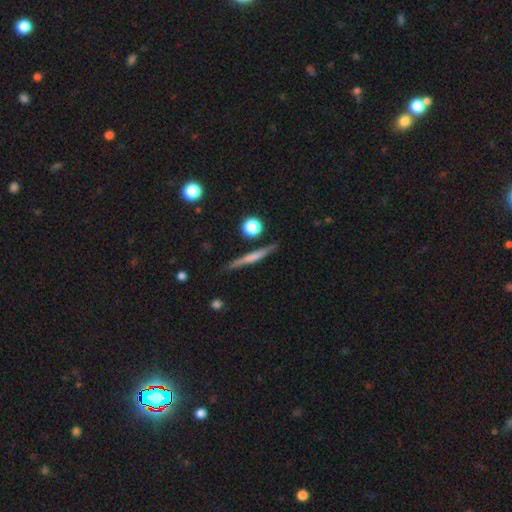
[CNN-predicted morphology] Smooth or featured? Predicted: featured or disk (p=0.61). Edge-on disk? Predicted: yes (p=0.96). Edge-on bulge? Predicted: none (p=0.45). Merging? Predicted: none (p=0.87).